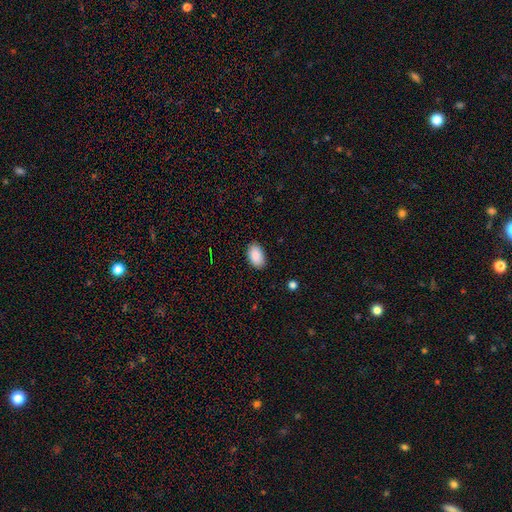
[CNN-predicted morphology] A smooth galaxy with no disk features (89%) that is in between round and cigar-shaped (93%).

Vote fractions:
- Smooth or featured? smooth: 89% / star or artifact: 7% / featured or disk: 4%
- How rounded? in between: 93% / round: 6% / cigar-shaped: 1%
- Merging? none: 86% / minor disturbance: 11% / major disturbance: 2% / merger: 1%